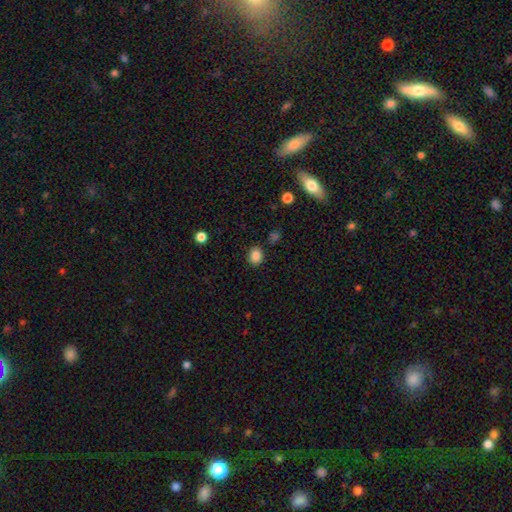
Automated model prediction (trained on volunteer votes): This appears to be a smooth galaxy with no disk features (85%) that is round (57%). Merging: none (86%).